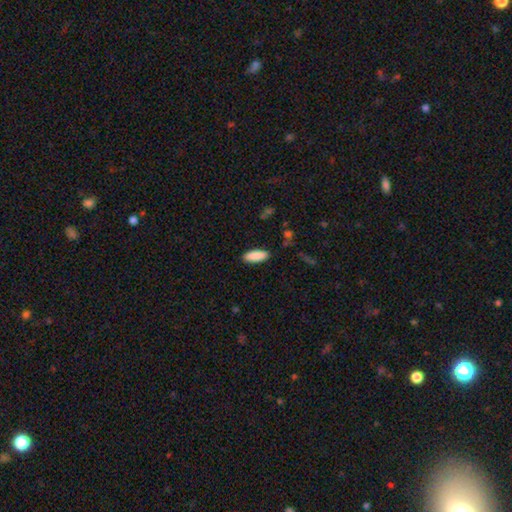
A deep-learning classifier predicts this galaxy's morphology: This appears to be a smooth galaxy with no disk features (89%) that is in between round and cigar-shaped (74%). Merging: none (88%).